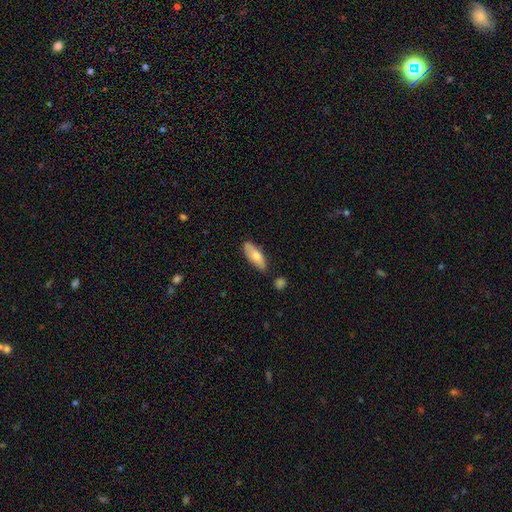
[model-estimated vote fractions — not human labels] Overall: smooth (73%). How rounded: in between (62%; cigar-shaped 36%). Merging: none (69%).